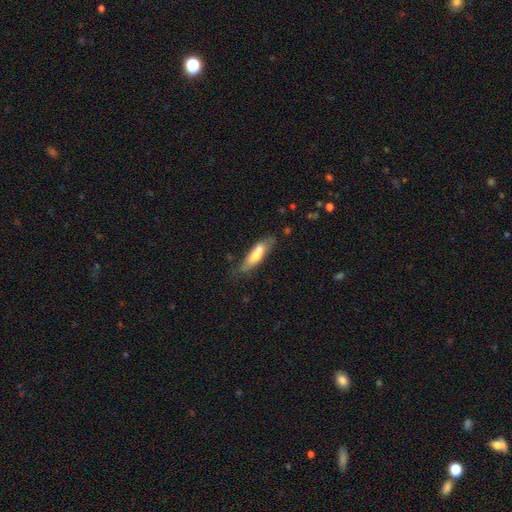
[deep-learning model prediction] smooth 60%, featured or disk 33%, star or artifact 6%. Down the decision tree: how rounded — cigar-shaped (59%); merging — none (53%).